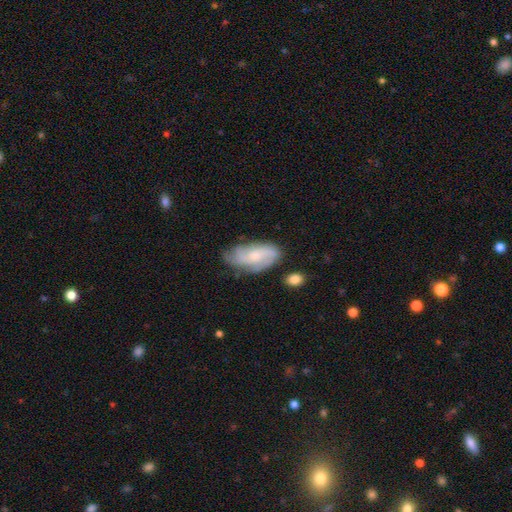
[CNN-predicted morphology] Smooth or featured: featured or disk — 62% (smooth — 31%)
Edge-on disk: no — 94% (yes — 6%)
Bar: no — 66% (weak — 29%)
Spiral arms: yes — 88% (no — 12%)
Spiral winding: medium — 42% (tight — 34%)
Spiral arm count: can't tell — 31% (3 — 26%)
Bulge size: small — 53% (moderate — 36%)
Merging: none — 62% (minor disturbance — 26%)